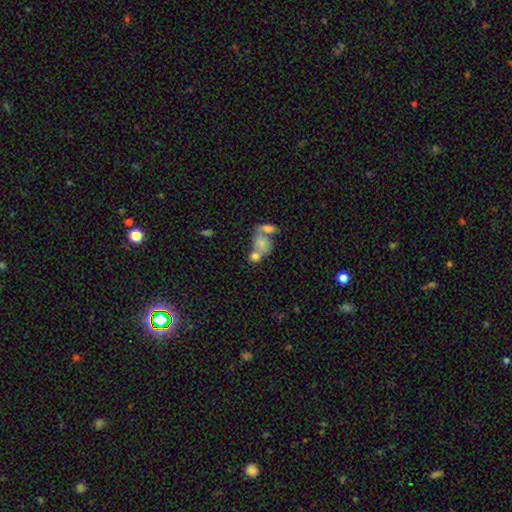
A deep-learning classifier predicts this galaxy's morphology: A smooth galaxy with no disk features (71%) that is in between round and cigar-shaped (52%). Merging: merger (59%).